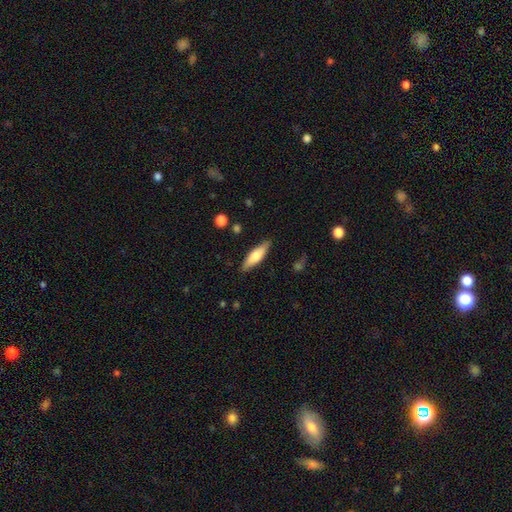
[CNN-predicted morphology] A smooth galaxy with no disk features (62%) that is cigar-shaped (61%). Merging: none (86%).